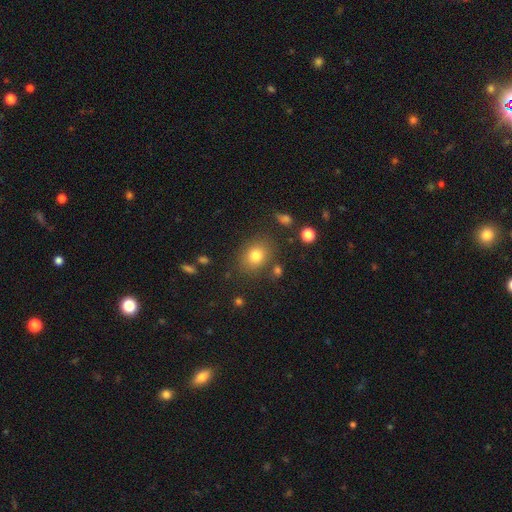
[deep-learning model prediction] A smooth galaxy with no disk features (79%) that is round (55%).

Vote fractions:
- Smooth or featured? smooth: 79% / star or artifact: 12% / featured or disk: 9%
- How rounded? round: 55% / in between: 44% / cigar-shaped: 1%
- Merging? none: 81% / minor disturbance: 11% / major disturbance: 4% / merger: 4%